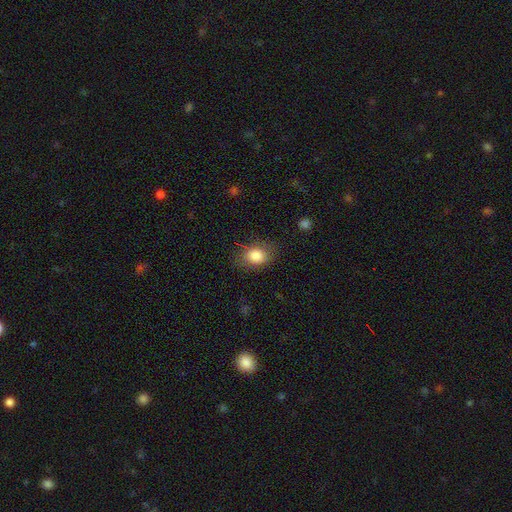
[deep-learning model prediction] smooth_or_featured: smooth (p=0.84) [alt: star or artifact p=0.09]
how_rounded: in between (p=0.63) [alt: round p=0.35]
merging: none (p=0.75) [alt: minor disturbance p=0.18]